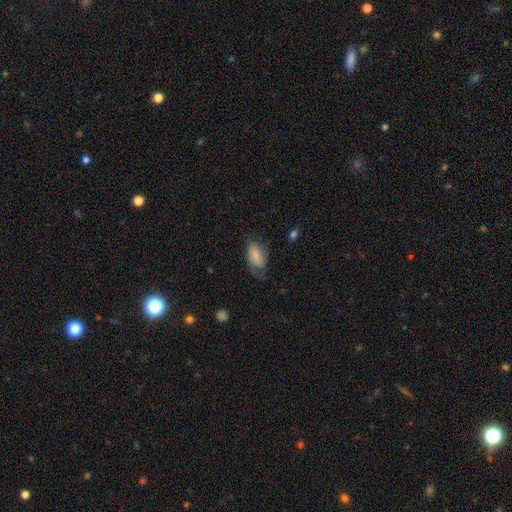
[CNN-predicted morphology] A smooth galaxy with no disk features (75%) that is in between round and cigar-shaped (91%). Merging: none (51%).